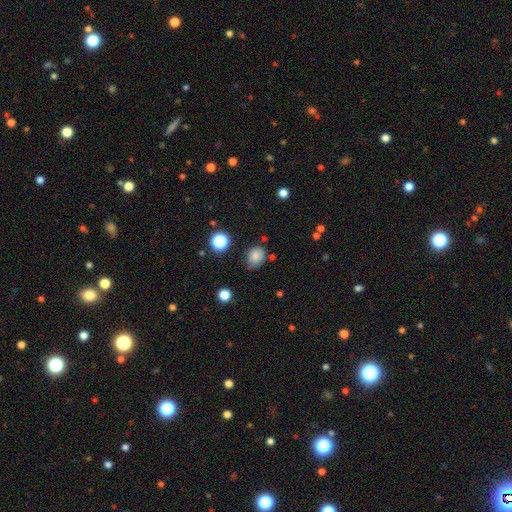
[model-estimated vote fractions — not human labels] A smooth galaxy with no disk features (81%) that is round (59%). Merging: none (66%).